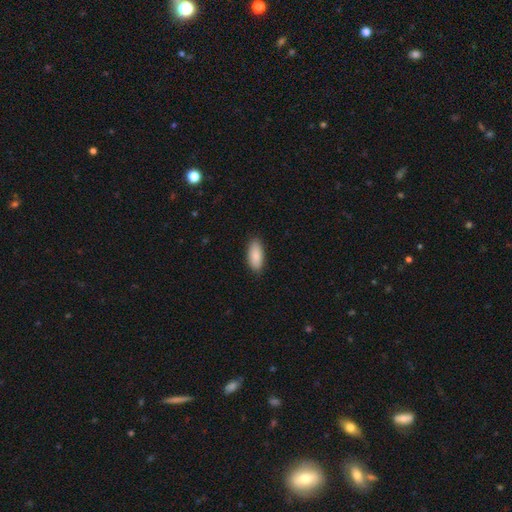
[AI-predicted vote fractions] smooth 89%, star or artifact 6%, featured or disk 6%. Down the decision tree: how rounded — in between (87%); merging — none (87%).